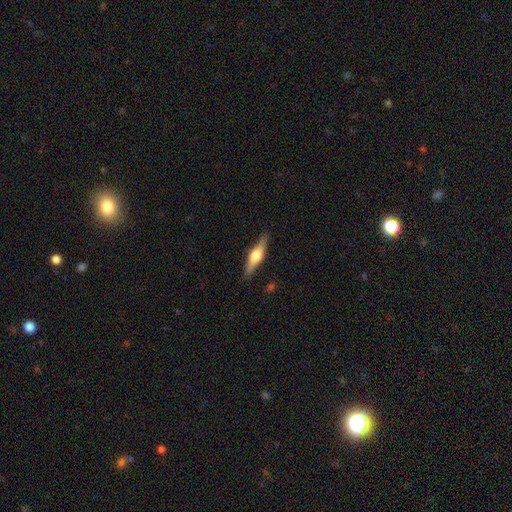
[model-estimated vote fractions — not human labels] Morphology: type=featured or disk (64%); edge-on=yes (96%); edge-on bulge=rounded (91%); merging=none (87%).